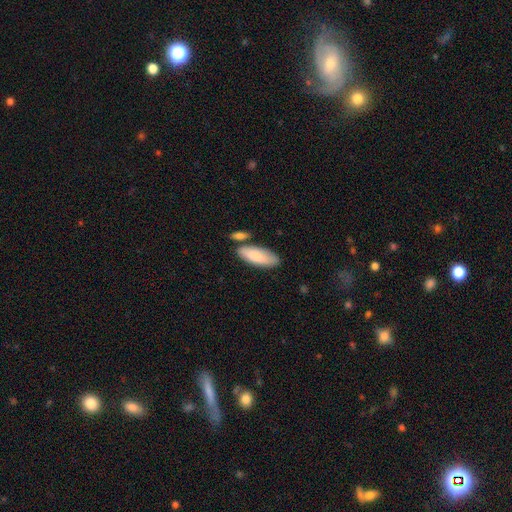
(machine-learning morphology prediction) A smooth galaxy with no disk features (84%) that is in between round and cigar-shaped (72%). Merging: none (66%).